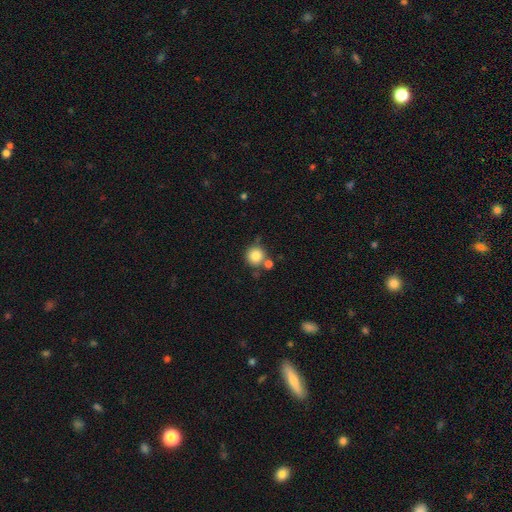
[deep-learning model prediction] A smooth galaxy with no disk features (82%) that is round (94%).

Vote fractions:
- Smooth or featured? smooth: 82% / star or artifact: 10% / featured or disk: 8%
- How rounded? round: 94% / in between: 5% / cigar-shaped: 1%
- Merging? none: 69% / merger: 17% / minor disturbance: 10% / major disturbance: 3%